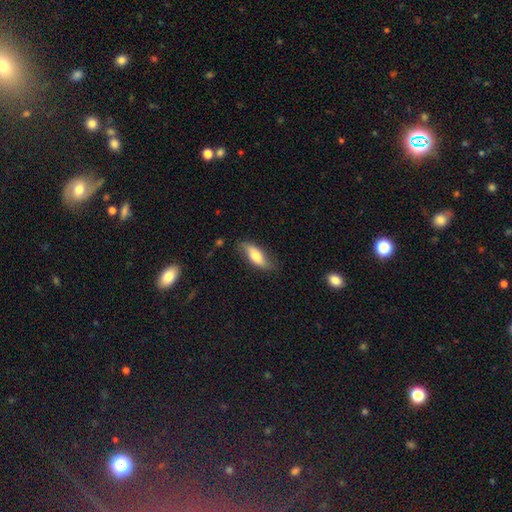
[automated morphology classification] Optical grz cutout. It shows a smooth galaxy with no disk features (64%) that is in between round and cigar-shaped (68%). Merging: none (72%).